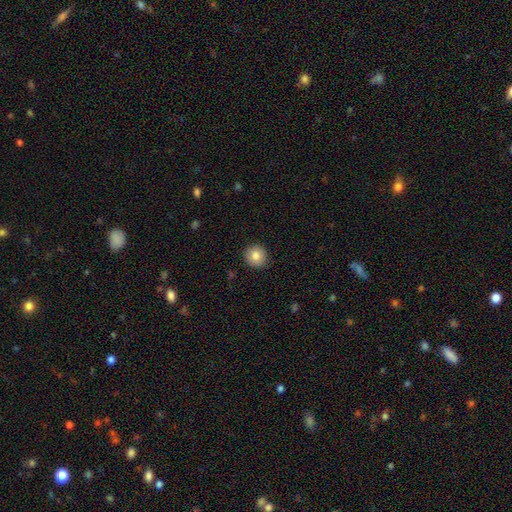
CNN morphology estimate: A smooth galaxy with no disk features (83%) that is round (92%). Merging: none (91%).